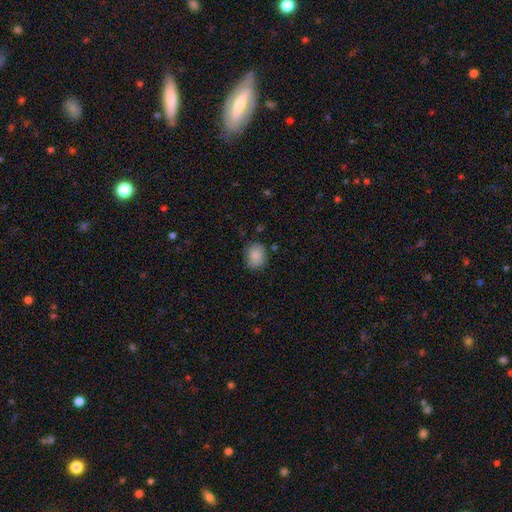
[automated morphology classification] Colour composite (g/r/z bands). It shows a smooth galaxy with no disk features (85%) that is round (61%). Merging: none (74%).